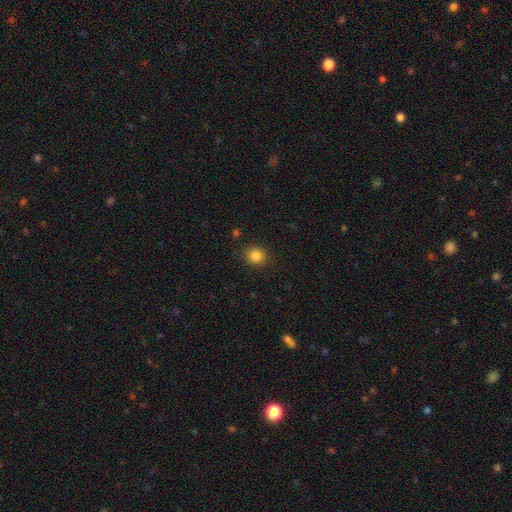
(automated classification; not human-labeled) A smooth galaxy with no disk features (85%) that is round (83%).

Vote fractions:
- Smooth or featured? smooth: 85% / star or artifact: 11% / featured or disk: 4%
- How rounded? round: 83% / in between: 16% / cigar-shaped: 1%
- Merging? none: 89% / minor disturbance: 7% / major disturbance: 2% / merger: 1%